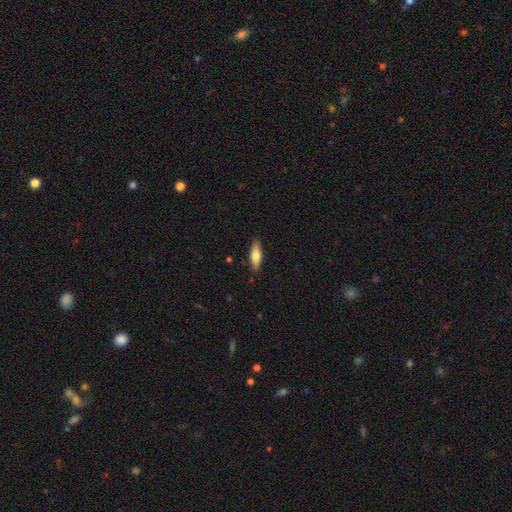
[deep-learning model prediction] smooth-or-featured: smooth: 68% | featured or disk: 26% | star or artifact: 6%
  how-rounded: in between: 52% | cigar-shaped: 46% | round: 2%
  merging: none: 87% | minor disturbance: 10% | major disturbance: 2% | merger: 1%